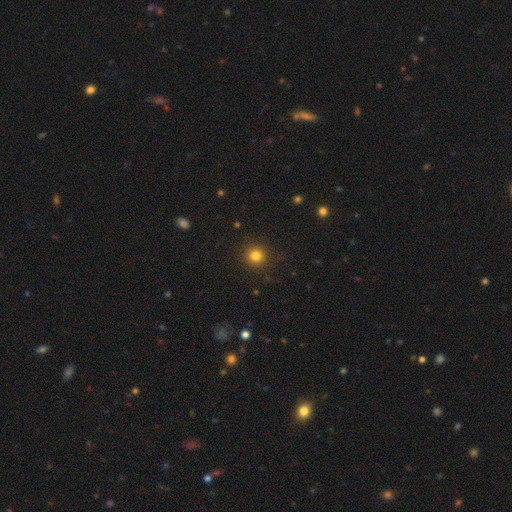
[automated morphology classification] A smooth galaxy with no disk features (82%) that is round (94%). Merging: none (91%).